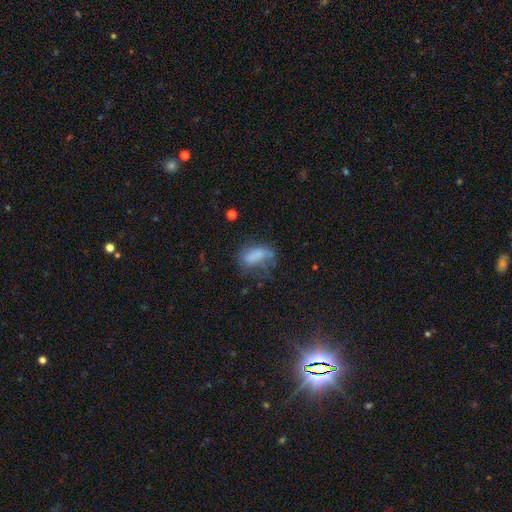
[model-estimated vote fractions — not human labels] The model was most divided on "merging": major disturbance: 34%, none: 32%, minor disturbance: 28%, merger: 6%. More confident: how rounded — in between (82%); smooth or featured — smooth (65%).